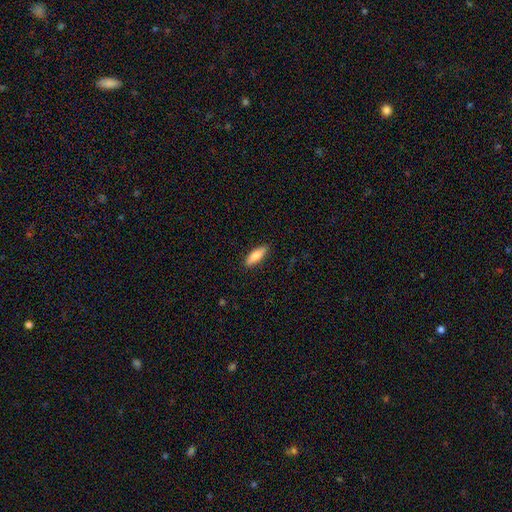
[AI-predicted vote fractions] smooth 82%, featured or disk 13%, star or artifact 6%. Down the decision tree: how rounded — in between (57%); merging — none (88%).